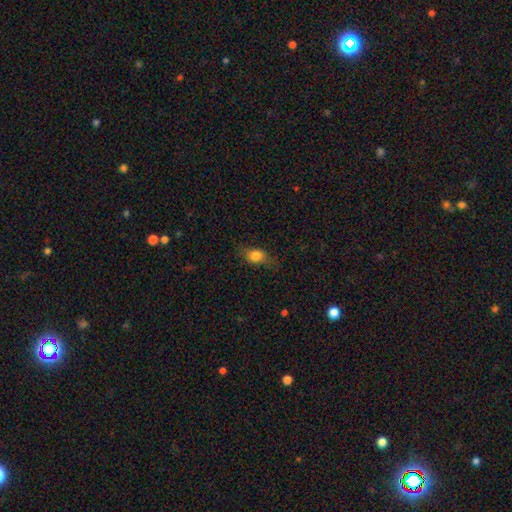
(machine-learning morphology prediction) The model was most divided on "how rounded": in between: 67%, round: 28%, cigar-shaped: 5%. More confident: smooth or featured — smooth (79%); merging — none (72%).